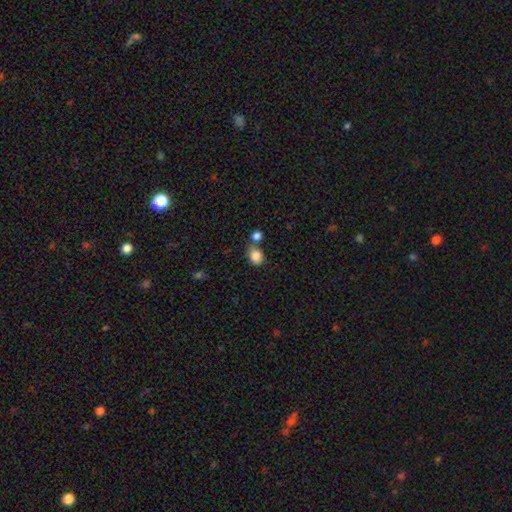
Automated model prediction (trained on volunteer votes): smooth_or_featured: smooth (p=0.85) [alt: star or artifact p=0.09]
how_rounded: in between (p=0.51) [alt: round p=0.48]
merging: none (p=0.53) [alt: merger p=0.29]